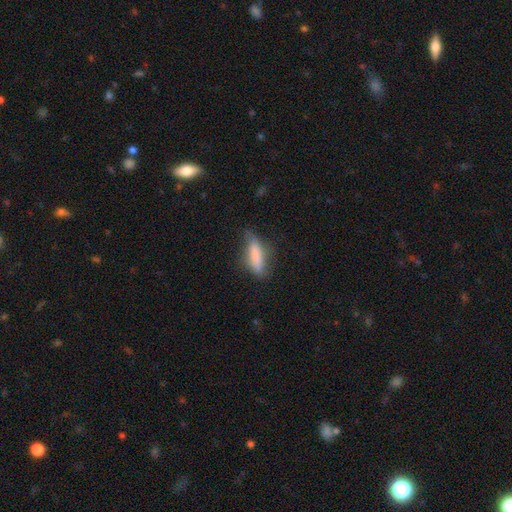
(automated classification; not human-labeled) Smooth or featured? smooth (75%)
How rounded? cigar-shaped (62%)
Merging? none (66%)